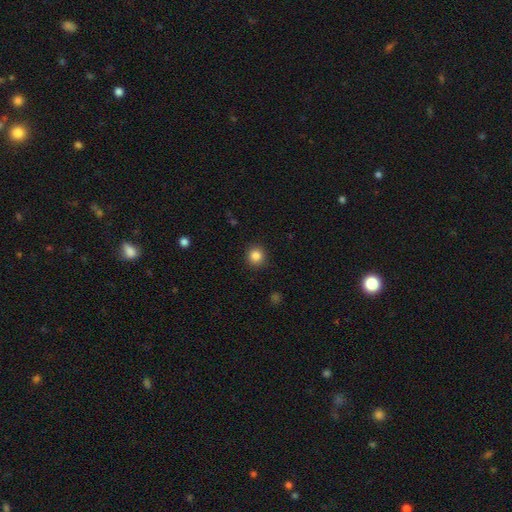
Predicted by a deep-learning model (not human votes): Smooth or featured? smooth (85%)
How rounded? round (92%)
Merging? none (91%)